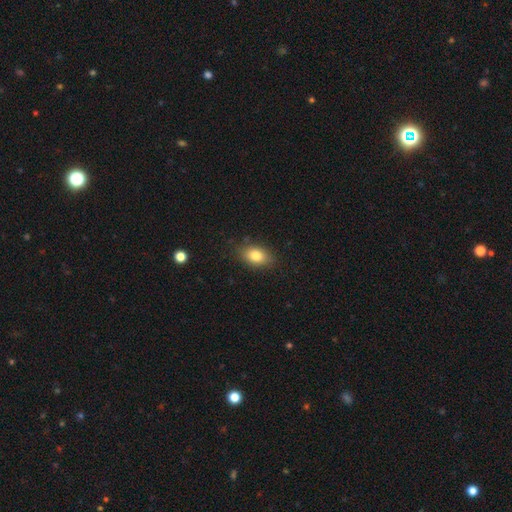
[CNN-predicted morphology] This appears to be a smooth galaxy with no disk features (82%) that is in between round and cigar-shaped (84%). Merging: none (83%).